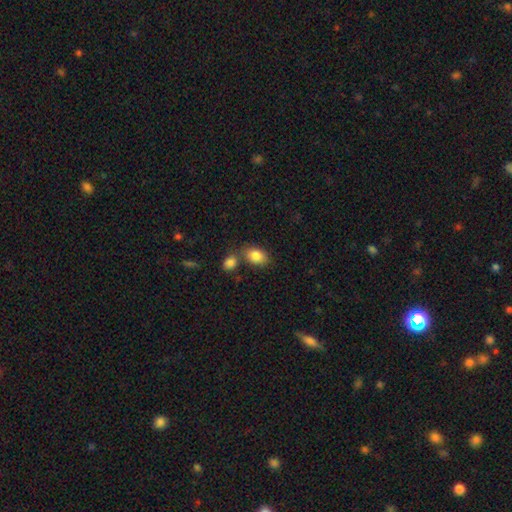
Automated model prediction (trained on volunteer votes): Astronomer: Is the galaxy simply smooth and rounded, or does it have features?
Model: smooth — 84%.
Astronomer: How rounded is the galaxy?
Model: in between — 81%.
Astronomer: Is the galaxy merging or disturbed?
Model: none — 63%.